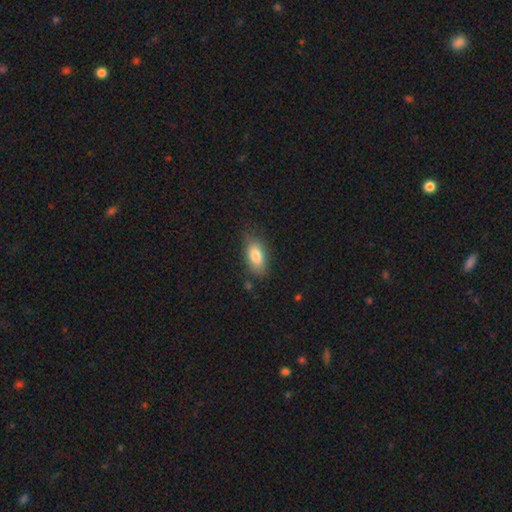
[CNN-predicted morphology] type=smooth (82%); roundness=in between (88%); merging=none (77%).